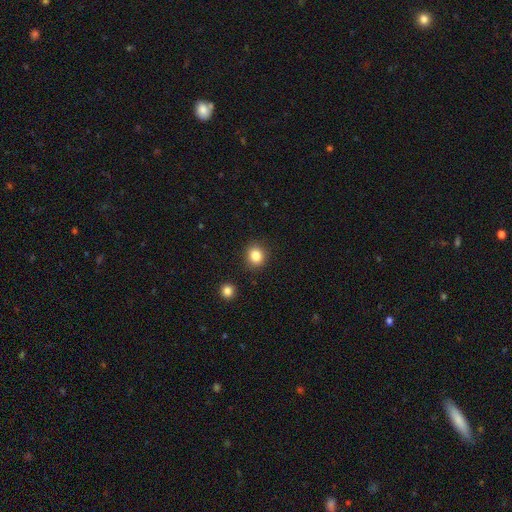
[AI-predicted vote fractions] smooth 84%, star or artifact 11%, featured or disk 5%. Down the decision tree: how rounded — round (76%); merging — none (89%).